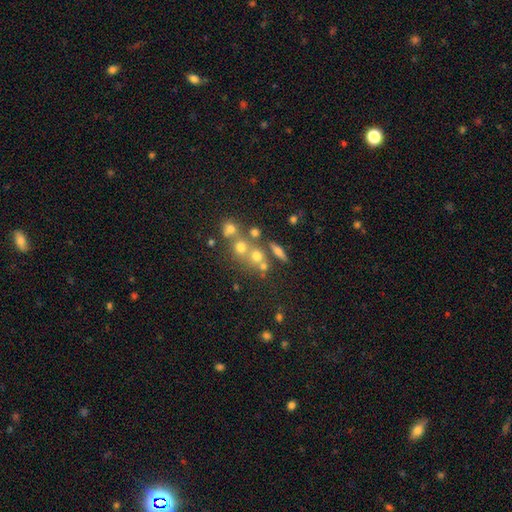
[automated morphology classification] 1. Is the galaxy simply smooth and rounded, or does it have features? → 41% smooth, 32% star or artifact, 27% featured or disk.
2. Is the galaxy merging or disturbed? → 43% none, 42% merger, 9% minor disturbance, 6% major disturbance.